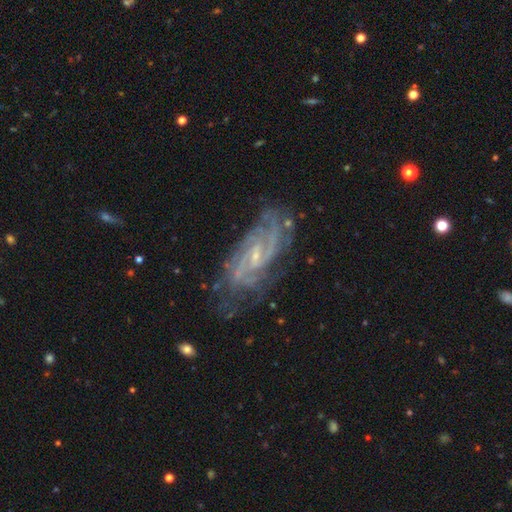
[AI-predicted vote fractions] This appears to be a featured or disk galaxy (87%) with a weak bar (53%), 2 (40%) tight (43%, tied with medium) spiral arms (96%) and a small central bulge (72%). Merging: none (69%).